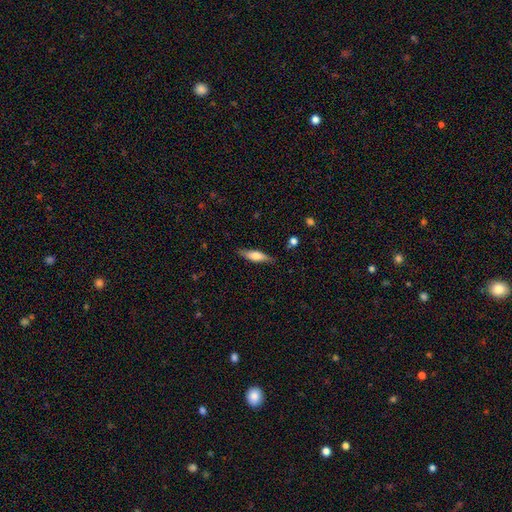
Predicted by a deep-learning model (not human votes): Morphology: type=smooth (58%); roundness=cigar-shaped (59%); merging=none (83%).